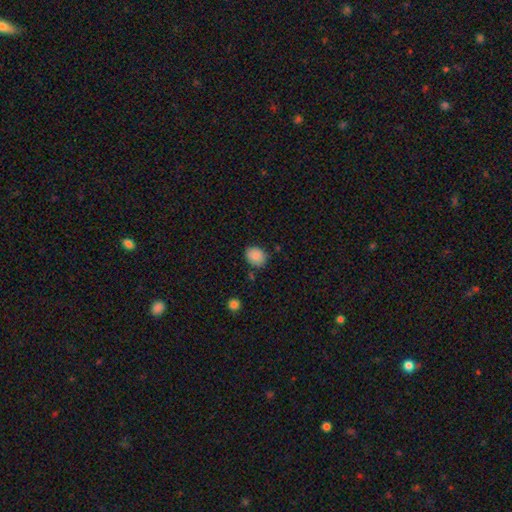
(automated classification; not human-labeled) The model was most divided on "how rounded": in between: 51%, round: 48%, cigar-shaped: 1%. More confident: smooth or featured — smooth (86%); merging — none (77%).